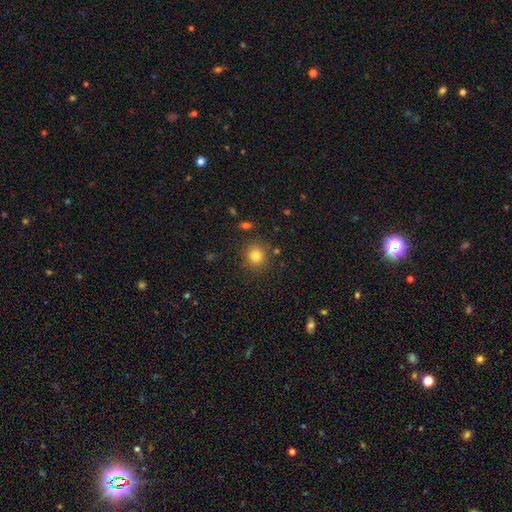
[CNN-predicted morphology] Smooth or featured? Predicted: smooth (p=0.81). How rounded? Predicted: round (p=0.89). Merging? Predicted: none (p=0.85).